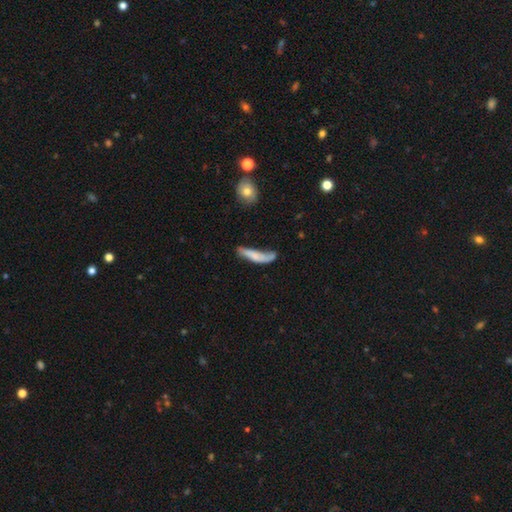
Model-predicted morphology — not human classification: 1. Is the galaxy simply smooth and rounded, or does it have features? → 62% smooth, 30% featured or disk, 7% star or artifact.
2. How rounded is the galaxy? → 71% cigar-shaped, 27% in between, 2% round.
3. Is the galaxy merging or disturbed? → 32% none (tied), 32% minor disturbance (tied), 25% major disturbance, 10% merger.